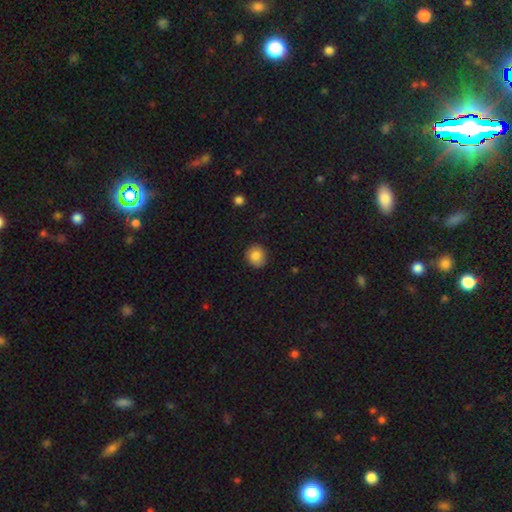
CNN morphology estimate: smooth_or_featured: smooth (p=0.85) [alt: star or artifact p=0.09]
how_rounded: round (p=0.86) [alt: in between p=0.13]
merging: none (p=0.88) [alt: minor disturbance p=0.09]